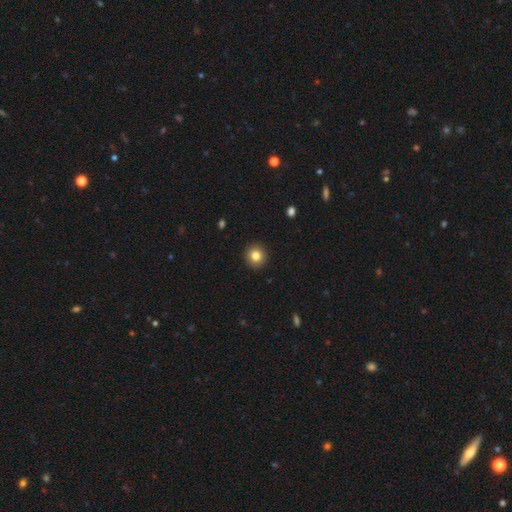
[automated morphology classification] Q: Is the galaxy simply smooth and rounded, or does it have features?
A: smooth — 82%.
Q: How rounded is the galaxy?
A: round — 93%.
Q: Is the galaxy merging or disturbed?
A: none — 93%.